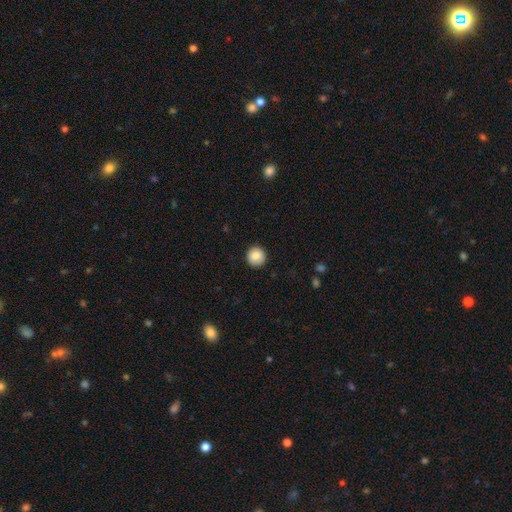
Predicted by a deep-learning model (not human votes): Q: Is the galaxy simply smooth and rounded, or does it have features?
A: smooth — 83%.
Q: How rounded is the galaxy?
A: round — 95%.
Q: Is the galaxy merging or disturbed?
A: none — 91%.